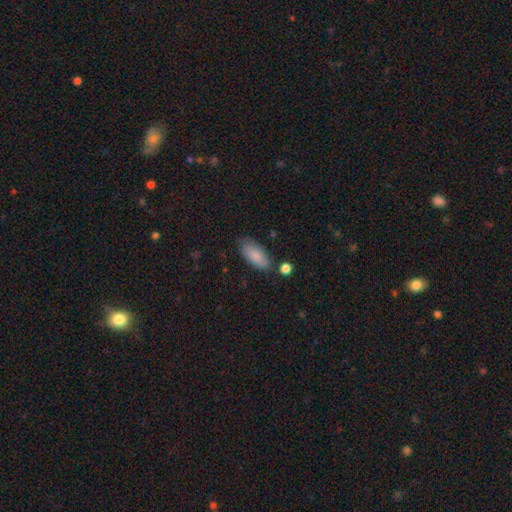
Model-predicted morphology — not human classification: Smooth or featured?
  - smooth: 85% *
  - featured or disk: 9%
  - star or artifact: 6%
How rounded?
  - in between: 85% *
  - cigar-shaped: 13%
  - round: 2%
Merging?
  - none: 73% *
  - minor disturbance: 19%
  - merger: 4%
  - major disturbance: 4%